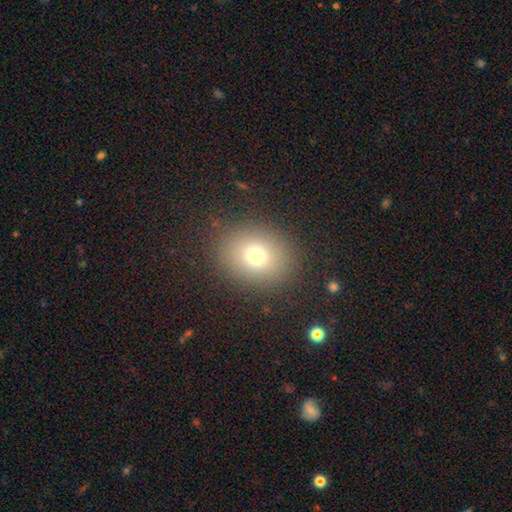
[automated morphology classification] A smooth galaxy with no disk features (74%) that is round (62%).

Vote fractions:
- Smooth or featured? smooth: 74% / star or artifact: 15% / featured or disk: 11%
- How rounded? round: 62% / in between: 37% / cigar-shaped: 1%
- Merging? none: 86% / minor disturbance: 8% / major disturbance: 4% / merger: 1%